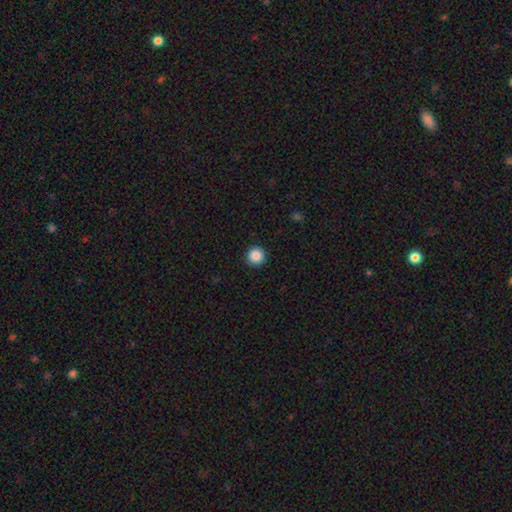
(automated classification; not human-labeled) A smooth galaxy with no disk features (87%) that is round (96%).

Vote fractions:
- Smooth or featured? smooth: 87% / star or artifact: 9% / featured or disk: 3%
- How rounded? round: 96% / in between: 3% / cigar-shaped: 1%
- Merging? none: 93% / minor disturbance: 4% / major disturbance: 2% / merger: 1%